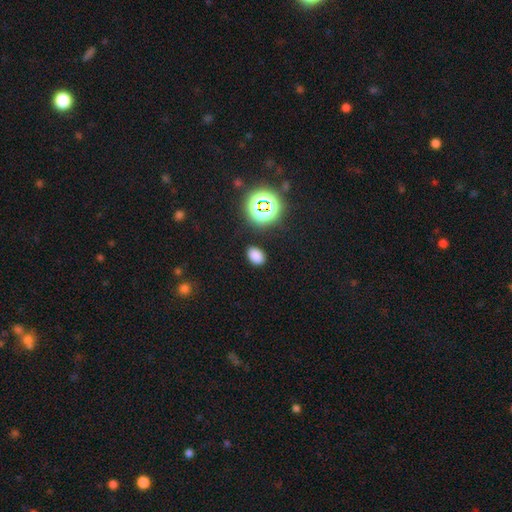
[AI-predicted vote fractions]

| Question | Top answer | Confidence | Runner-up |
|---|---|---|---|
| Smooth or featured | smooth | 77% | star or artifact (18%) |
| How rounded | in between | 82% | round (17%) |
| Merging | none | 86% | minor disturbance (9%) |